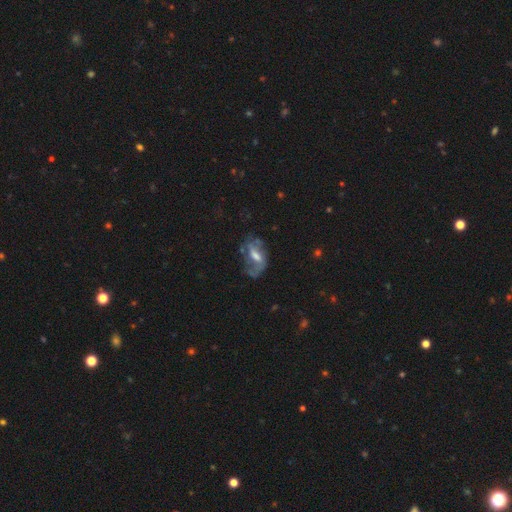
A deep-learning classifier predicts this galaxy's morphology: smooth-or-featured: featured or disk: 68% | smooth: 23% | star or artifact: 10%
  disk-edge-on: no: 94% | yes: 6%
    bar: weak: 48% | no: 32% | strong: 20%
    has-spiral-arms: yes: 72% | no: 28%
    bulge-size: moderate: 56% | small: 22% | large: 13% | none: 7% | dominant: 1%
  merging: none: 46% | major disturbance: 27% | minor disturbance: 23% | merger: 4%